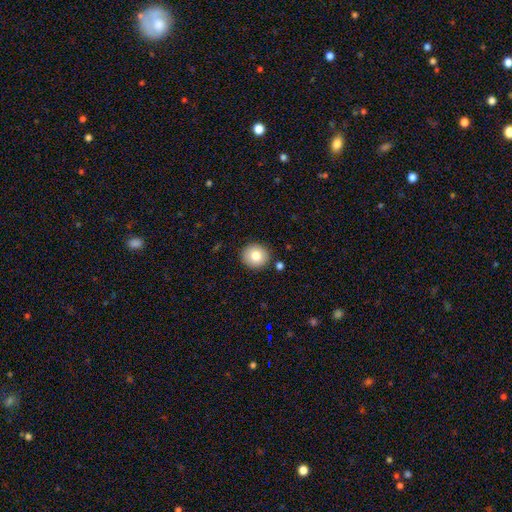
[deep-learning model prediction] Smooth or featured?
  - smooth: 80% *
  - featured or disk: 11%
  - star or artifact: 9%
How rounded?
  - round: 89% *
  - in between: 10%
  - cigar-shaped: 1%
Merging?
  - none: 89% *
  - minor disturbance: 7%
  - merger: 2%
  - major disturbance: 2%